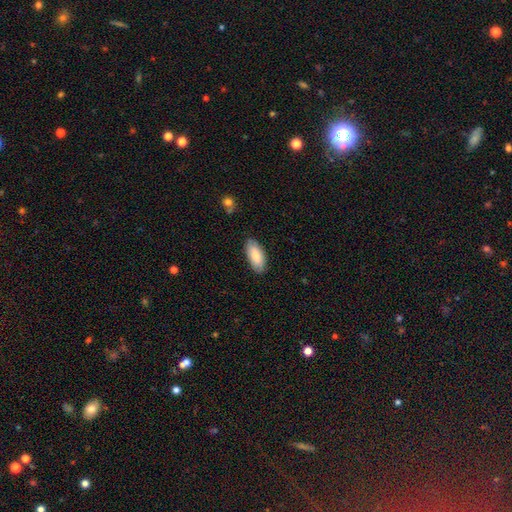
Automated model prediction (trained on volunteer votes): This appears to be a smooth galaxy with no disk features (83%) that is in between round and cigar-shaped (88%). Merging: none (86%).